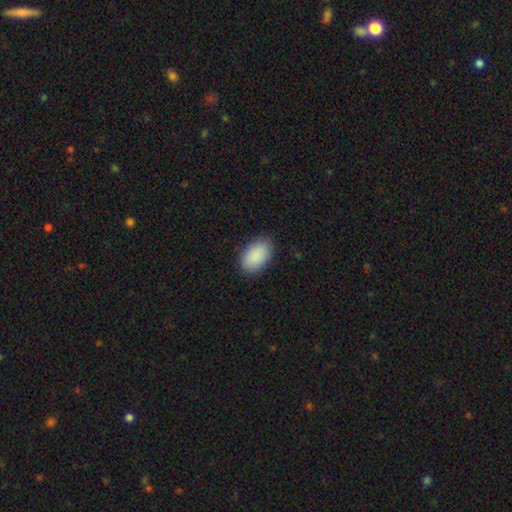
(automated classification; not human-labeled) A smooth galaxy with no disk features (90%) that is in between round and cigar-shaped (93%).

Vote fractions:
- Smooth or featured? smooth: 90% / star or artifact: 6% / featured or disk: 4%
- How rounded? in between: 93% / round: 6% / cigar-shaped: 1%
- Merging? none: 87% / minor disturbance: 10% / major disturbance: 2% / merger: 1%